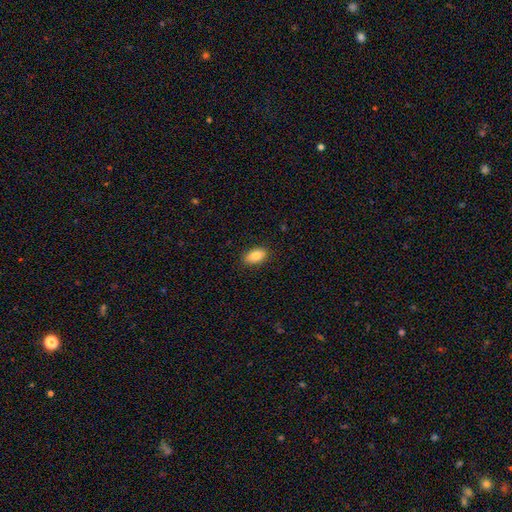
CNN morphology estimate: Overall: smooth (84%). How rounded: in between (92%). Merging: none (88%).